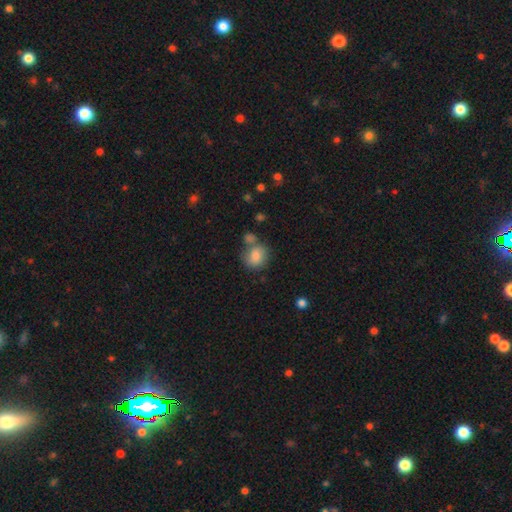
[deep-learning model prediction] Smooth or featured? smooth (82%)
How rounded? round (70%)
Merging? none (55%)